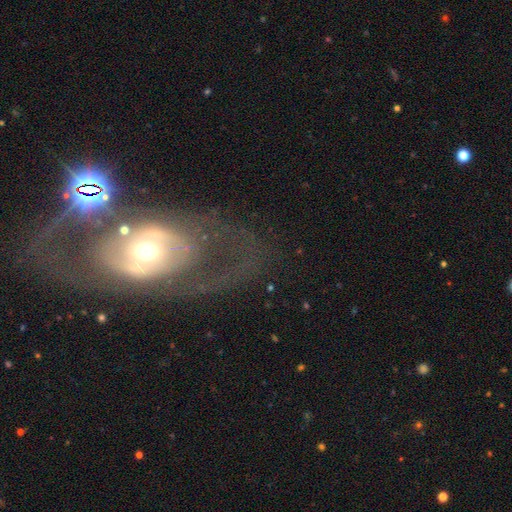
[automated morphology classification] Smooth or featured? featured or disk (68%)
Edge-on disk? no (92%)
Bar? no (57%)
Spiral arms? yes (56%)
Bulge size? moderate (64%)
Merging? none (56%)